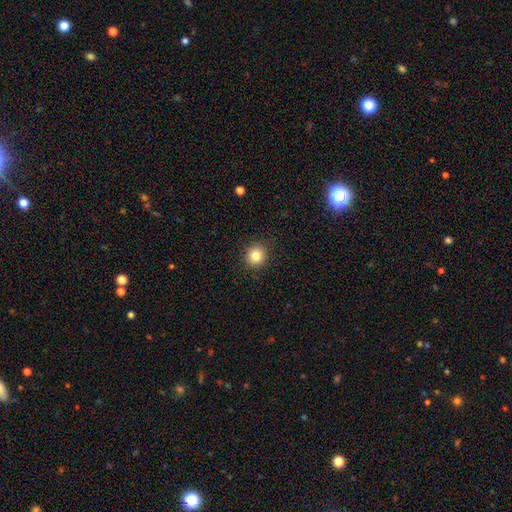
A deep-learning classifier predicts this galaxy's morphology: The model was most divided on "smooth or featured": smooth: 82%, star or artifact: 11%, featured or disk: 6%. More confident: merging — none (90%); how rounded — round (90%).